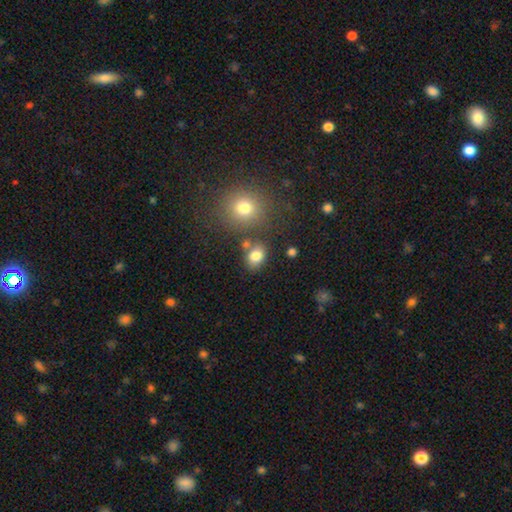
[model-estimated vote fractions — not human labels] Smooth or featured: smooth — 80% (star or artifact — 12%)
How rounded: in between — 56% (round — 43%)
Merging: none — 71% (merger — 13%)